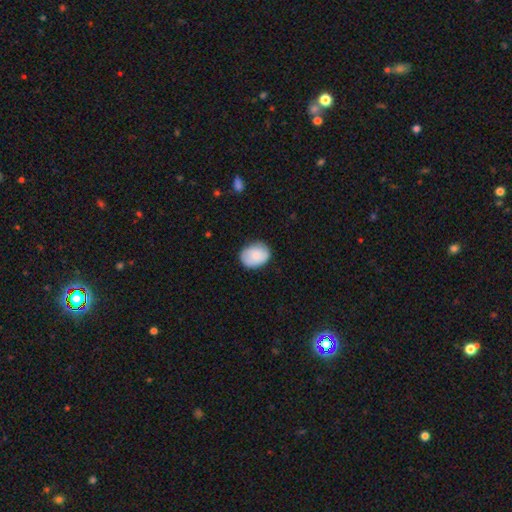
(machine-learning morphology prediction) The model was most divided on "how rounded": in between: 60%, round: 40%, cigar-shaped: 1%. More confident: smooth or featured — smooth (81%); merging — none (80%).